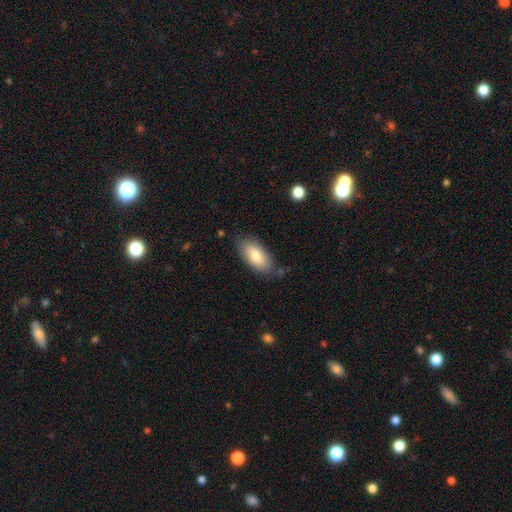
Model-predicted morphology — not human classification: type=smooth (80%); roundness=in between (90%); merging=none (77%).